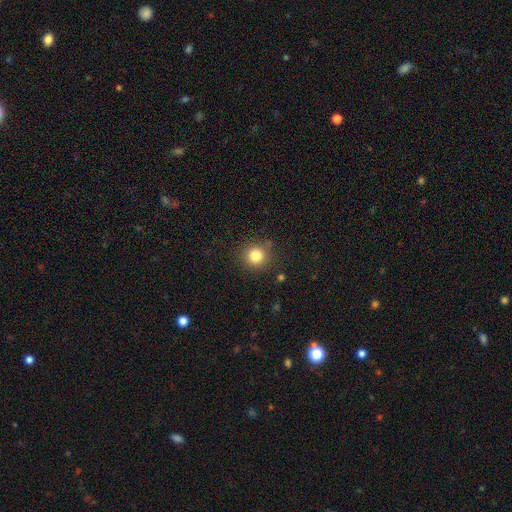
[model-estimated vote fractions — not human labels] Smooth or featured: smooth — 81% (star or artifact — 13%)
How rounded: round — 92% (in between — 7%)
Merging: none — 87% (minor disturbance — 8%)